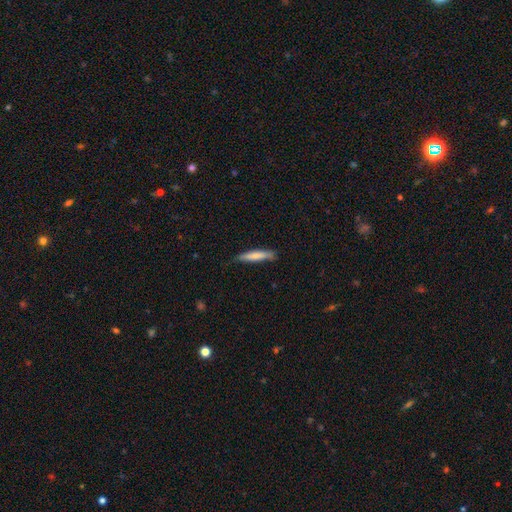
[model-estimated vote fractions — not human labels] Smooth or featured: smooth — 74% (featured or disk — 20%)
How rounded: cigar-shaped — 89% (in between — 10%)
Merging: none — 75% (minor disturbance — 20%)